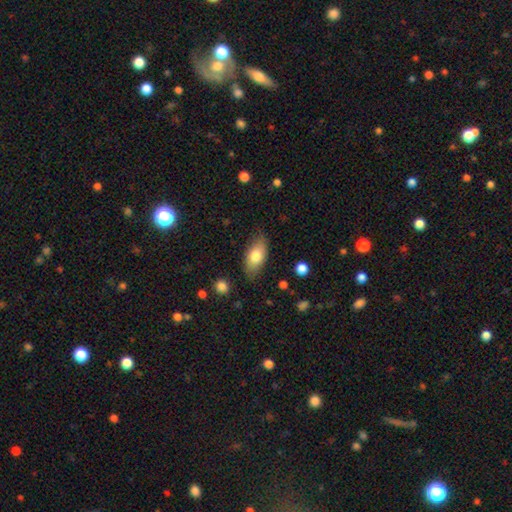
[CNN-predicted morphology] Smooth or featured? Predicted: smooth (p=0.76). How rounded? Predicted: in between (p=0.89). Merging? Predicted: none (p=0.78).